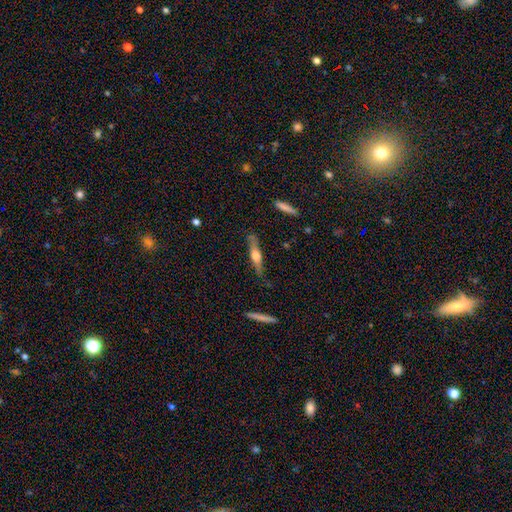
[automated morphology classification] A featured or disk galaxy (64%) viewed edge-on (95%) with a rounded central bulge (87%). Merging: none (80%).